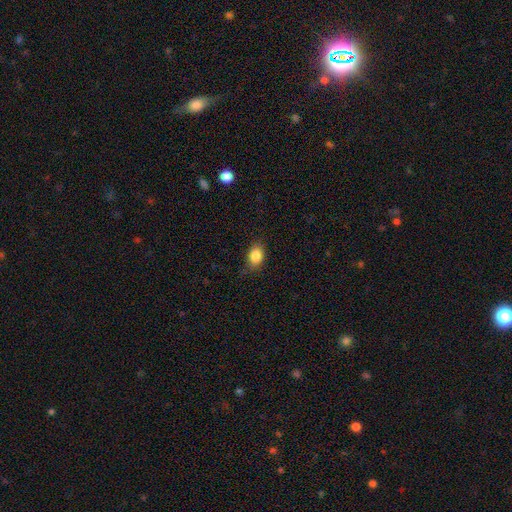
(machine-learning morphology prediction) This appears to be a smooth galaxy with no disk features (86%) that is in between round and cigar-shaped (71%). Merging: none (79%).